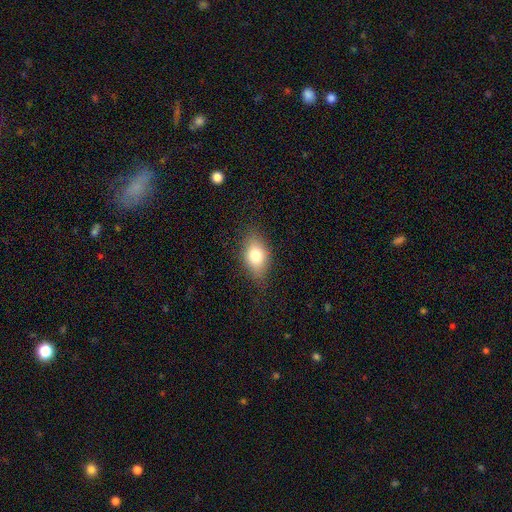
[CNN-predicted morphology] type=smooth (76%); roundness=in between (83%); merging=none (79%).